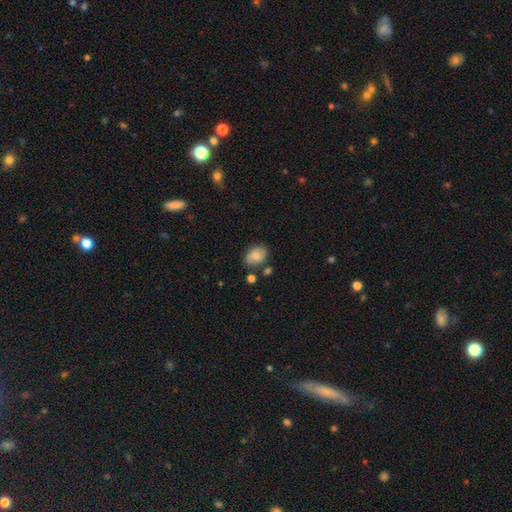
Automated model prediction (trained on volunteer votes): A smooth galaxy with no disk features (77%) that is in between round and cigar-shaped (77%). Merging: none (74%).